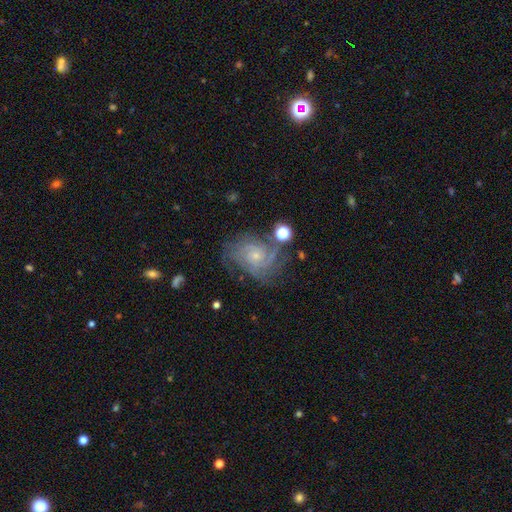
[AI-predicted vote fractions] Smooth or featured: featured or disk — 83% (smooth — 9%)
Edge-on disk: no — 98% (yes — 2%)
Bar: no — 75% (weak — 21%)
Spiral arms: yes — 97% (no — 3%)
Spiral winding: tight — 63% (medium — 30%)
Spiral arm count: can't tell — 25% (3 — 24%)
Bulge size: small — 77% (moderate — 18%)
Merging: none — 65% (minor disturbance — 19%)